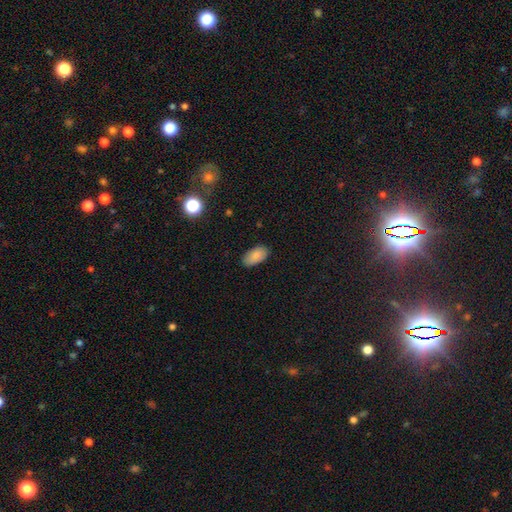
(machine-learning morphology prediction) This is clearly a smooth galaxy (87%). How rounded: clearly in between (95%). Merging: clearly none (86%).